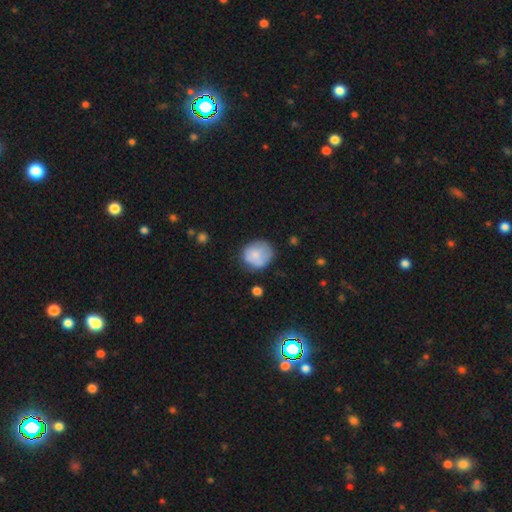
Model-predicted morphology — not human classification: smooth 76%, featured or disk 15%, star or artifact 8%. Down the decision tree: how rounded — round (81%); merging — none (62%).